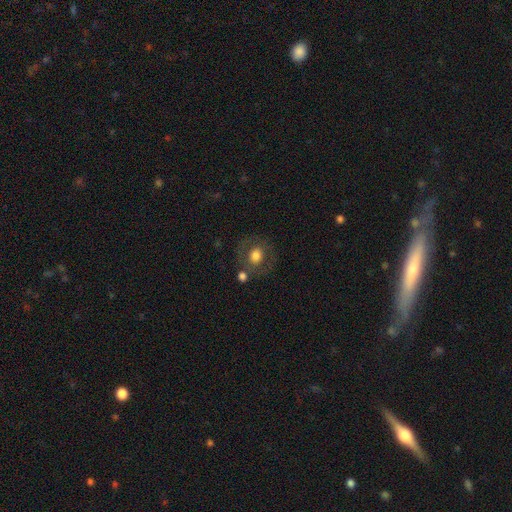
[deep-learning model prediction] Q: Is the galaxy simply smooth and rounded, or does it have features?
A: smooth — 63%.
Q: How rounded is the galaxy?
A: round — 79%.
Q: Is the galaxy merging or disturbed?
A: none — 74%.